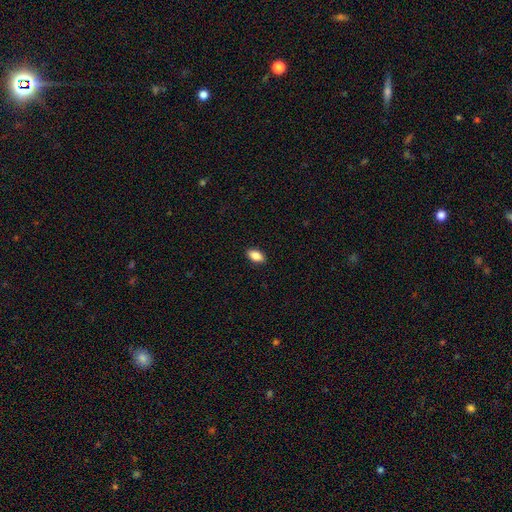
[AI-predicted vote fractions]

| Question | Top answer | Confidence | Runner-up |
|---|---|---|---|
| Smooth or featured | smooth | 86% | star or artifact (7%) |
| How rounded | in between | 92% | cigar-shaped (4%) |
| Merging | none | 90% | minor disturbance (7%) |